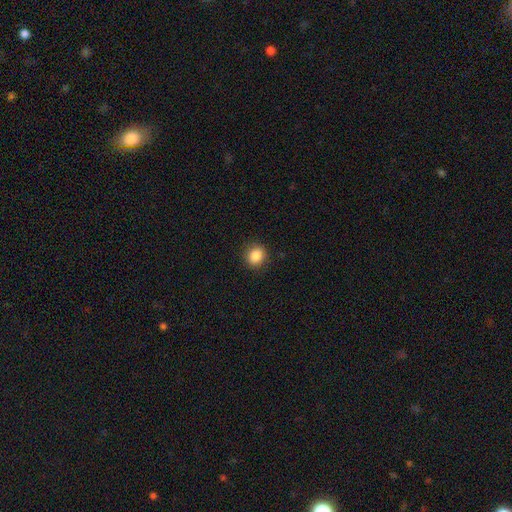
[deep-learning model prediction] This appears to be a smooth galaxy with no disk features (87%) that is round (81%). Merging: none (90%).